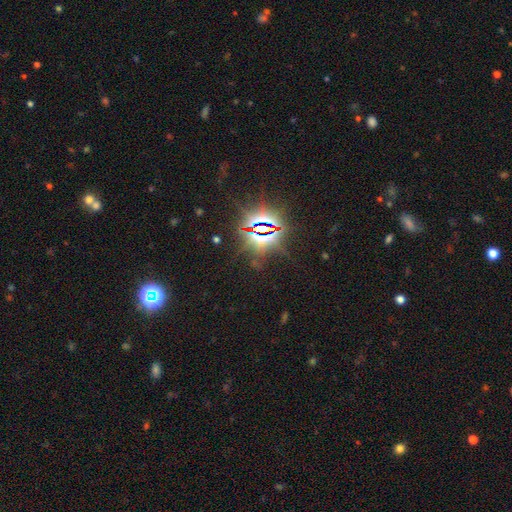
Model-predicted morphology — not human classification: Smooth or featured? star or artifact (82%)